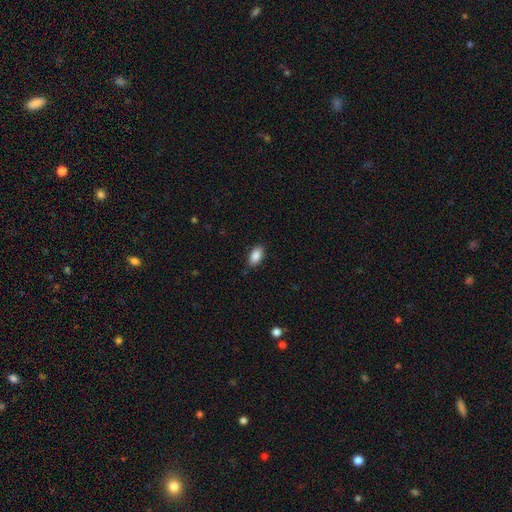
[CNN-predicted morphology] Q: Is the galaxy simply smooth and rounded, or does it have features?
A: smooth — 87%.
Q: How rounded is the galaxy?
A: in between — 93%.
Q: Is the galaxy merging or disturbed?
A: none — 86%.